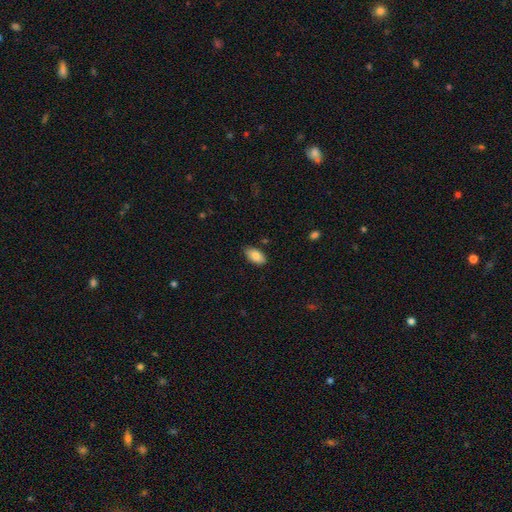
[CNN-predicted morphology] smooth 84%, featured or disk 9%, star or artifact 7%. Down the decision tree: how rounded — in between (94%); merging — none (81%).